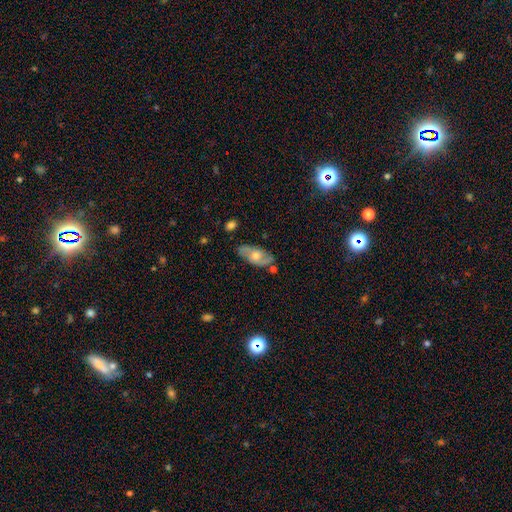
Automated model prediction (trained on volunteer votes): smooth-or-featured: featured or disk: 59% | smooth: 33% | star or artifact: 9%
  disk-edge-on: no: 86% | yes: 14%
    bar: no: 70% | weak: 25% | strong: 5%
    has-spiral-arms: yes: 66% | no: 34%
    bulge-size: moderate: 66% | small: 19% | large: 11% | none: 2% | dominant: 1%
  merging: none: 77% | minor disturbance: 16% | major disturbance: 4% | merger: 3%